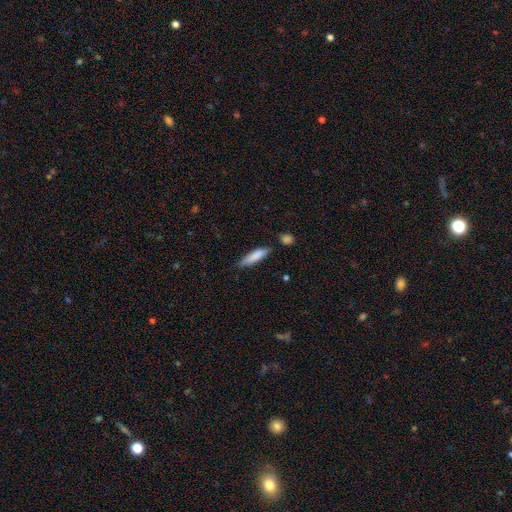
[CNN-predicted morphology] A smooth galaxy with no disk features (83%) that is cigar-shaped (75%).

Vote fractions:
- Smooth or featured? smooth: 83% / featured or disk: 11% / star or artifact: 6%
- How rounded? cigar-shaped: 75% / in between: 24% / round: 2%
- Merging? none: 75% / minor disturbance: 18% / merger: 4% / major disturbance: 3%